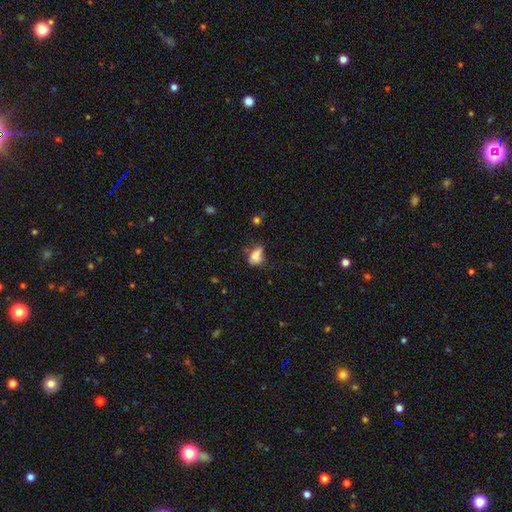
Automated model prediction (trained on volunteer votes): smooth-or-featured: smooth: 78% | featured or disk: 12% | star or artifact: 11%
  how-rounded: in between: 82% | round: 15% | cigar-shaped: 4%
  merging: none: 42% | minor disturbance: 33% | major disturbance: 16% | merger: 9%